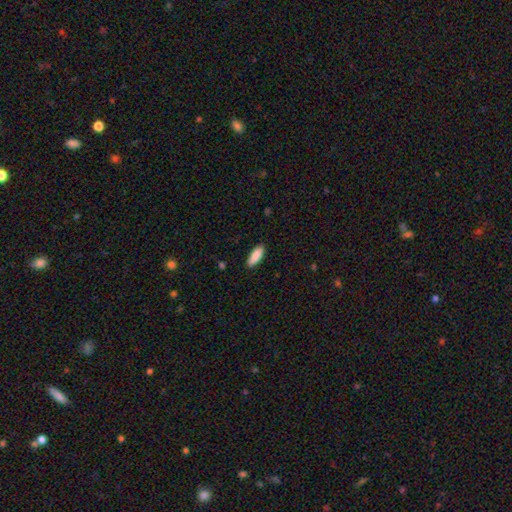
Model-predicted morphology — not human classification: smooth 89%, star or artifact 6%, featured or disk 5%. Down the decision tree: how rounded — in between (72%); merging — none (88%).